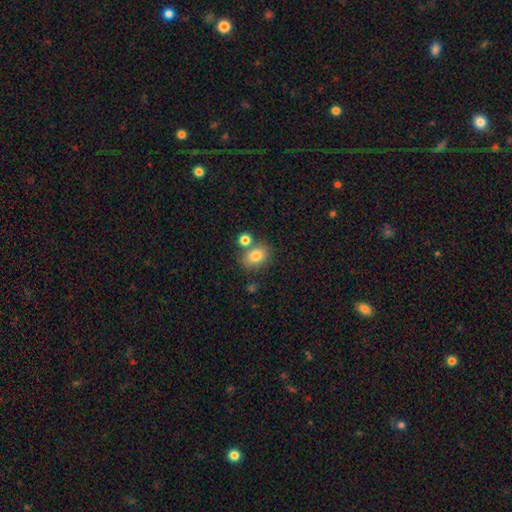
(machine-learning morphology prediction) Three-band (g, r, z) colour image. It shows a smooth galaxy with no disk features (81%) that is in between round and cigar-shaped (64%). Merging: none (64%).